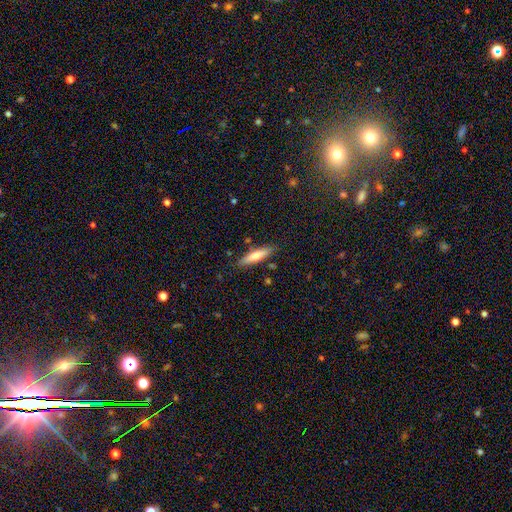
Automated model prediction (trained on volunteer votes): Overall: smooth (62%; featured or disk 32%). How rounded: cigar-shaped (78%). Merging: none (85%).